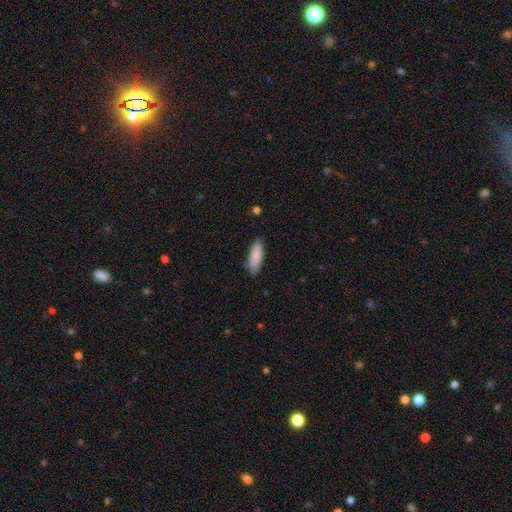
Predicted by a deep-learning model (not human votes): smooth 88%, featured or disk 7%, star or artifact 6%. Down the decision tree: how rounded — in between (61%); merging — none (80%).